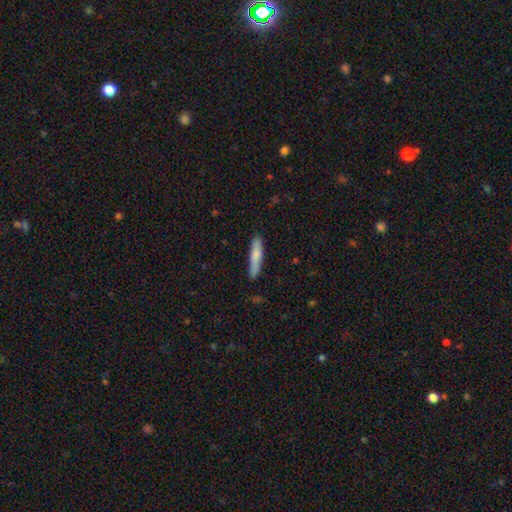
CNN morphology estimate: smooth 74%, featured or disk 21%, star or artifact 6%. Down the decision tree: how rounded — cigar-shaped (87%); merging — none (84%).